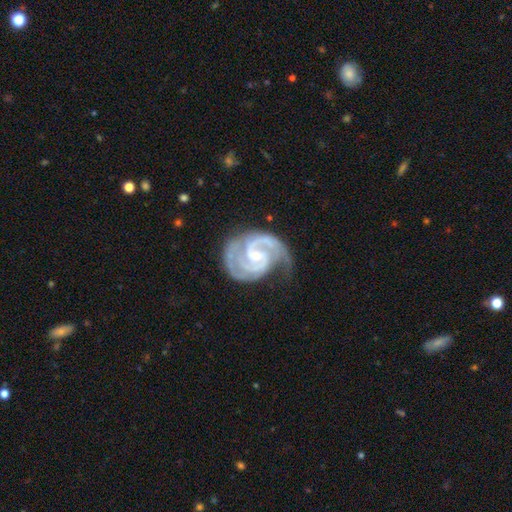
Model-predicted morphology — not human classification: The model was most divided on "bar": weak: 45%, no: 42%, strong: 13%. Remaining: spiral arms — yes (99%); edge-on disk — no (98%); smooth or featured — featured or disk (93%); bulge size — small (72%); spiral arm count — 2 (71%); merging — none (59%); spiral winding — tight (49%).